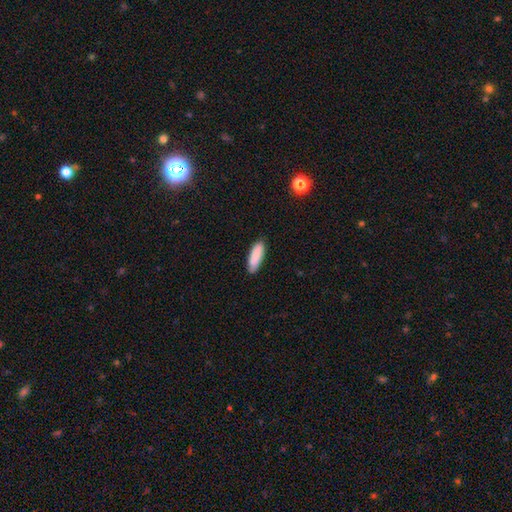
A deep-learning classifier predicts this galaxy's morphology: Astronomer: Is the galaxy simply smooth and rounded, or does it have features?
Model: smooth — 88%.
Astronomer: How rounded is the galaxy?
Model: in between — 52% (runner-up: cigar-shaped, 46%).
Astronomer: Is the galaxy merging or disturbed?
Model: none — 84%.